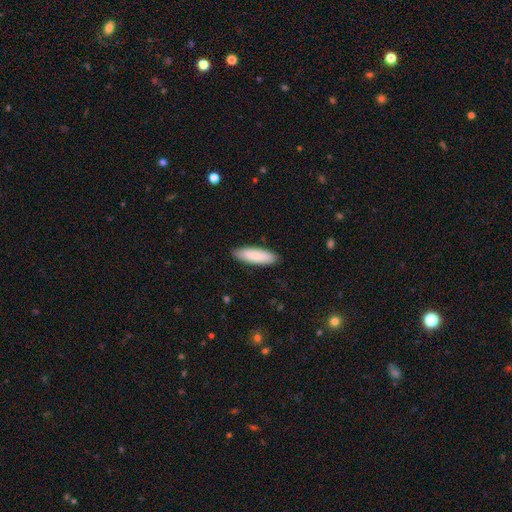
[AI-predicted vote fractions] A smooth galaxy with no disk features (86%) that is in between round and cigar-shaped (52%).

Vote fractions:
- Smooth or featured? smooth: 86% / featured or disk: 8% / star or artifact: 5%
- How rounded? in between: 52% / cigar-shaped: 46% / round: 1%
- Merging? none: 88% / minor disturbance: 9% / major disturbance: 2% / merger: 1%